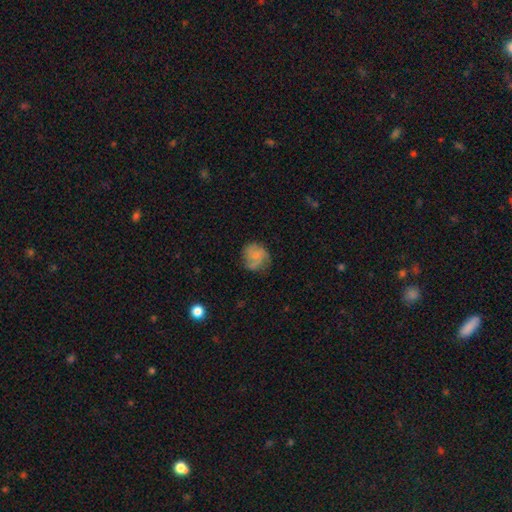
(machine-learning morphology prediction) smooth 53%, featured or disk 38%, star or artifact 9%. Down the decision tree: how rounded — round (75%); merging — none (62%).